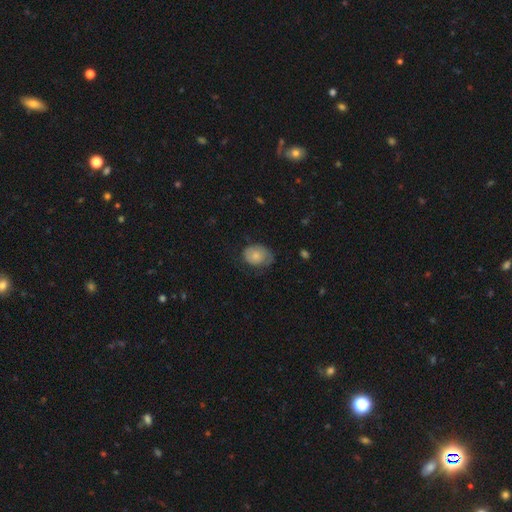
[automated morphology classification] This is likely a smooth galaxy (64%). How rounded: likely in between (64%). Merging: possibly none (51%).